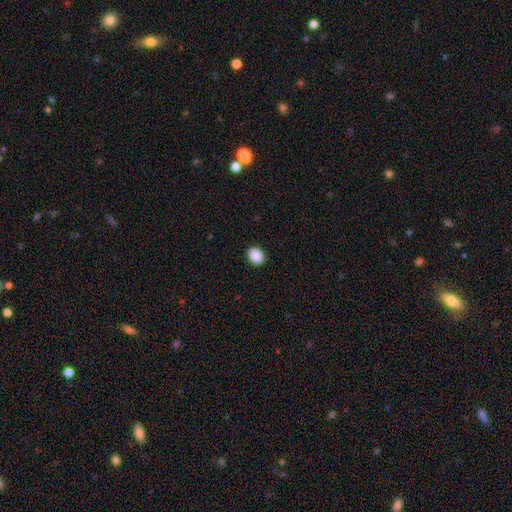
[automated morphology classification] Q: Smooth or featured?
A: smooth (90%); runner-up: star or artifact (8%)
Q: How rounded?
A: in between (51%); runner-up: round (48%)
Q: Merging?
A: none (91%); runner-up: minor disturbance (6%)